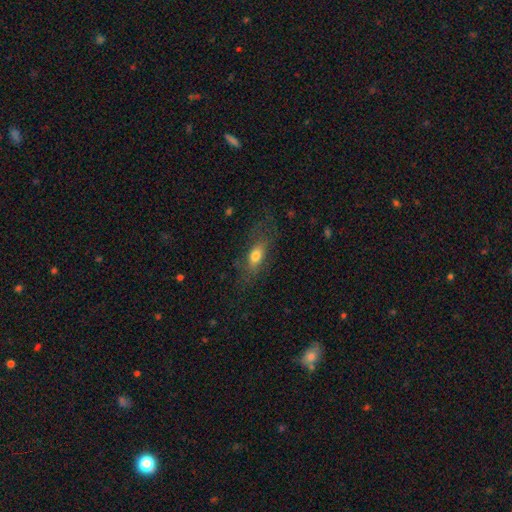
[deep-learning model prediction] The model was most divided on "merging": none: 62%, minor disturbance: 20%, major disturbance: 16%, merger: 2%. More confident: how rounded — in between (71%); smooth or featured — smooth (68%).